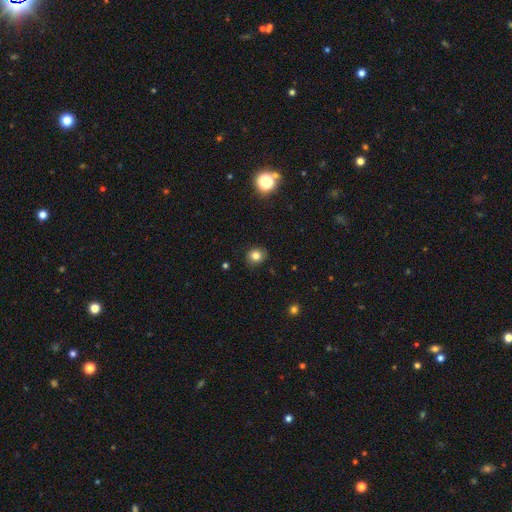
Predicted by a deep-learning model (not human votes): Q: Smooth or featured?
A: smooth (80%); runner-up: star or artifact (13%)
Q: How rounded?
A: round (76%); runner-up: in between (23%)
Q: Merging?
A: none (85%); runner-up: minor disturbance (11%)